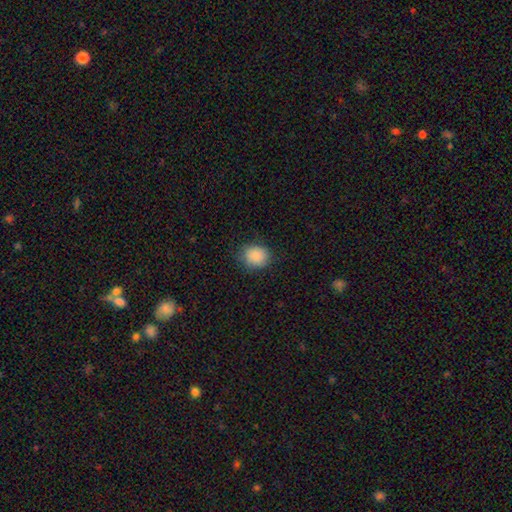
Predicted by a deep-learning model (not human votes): Smooth or featured? Predicted: smooth (p=0.87). How rounded? Predicted: round (p=0.74). Merging? Predicted: none (p=0.82).